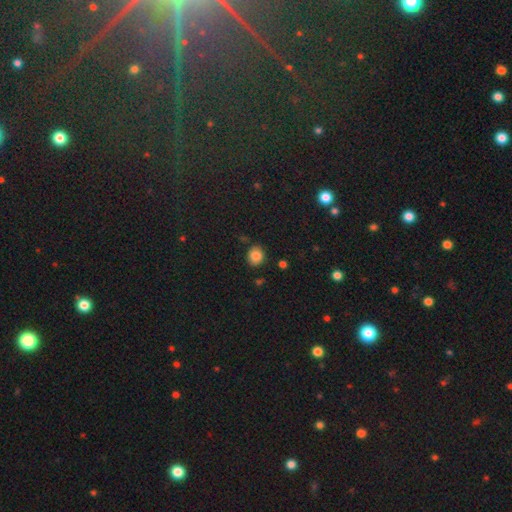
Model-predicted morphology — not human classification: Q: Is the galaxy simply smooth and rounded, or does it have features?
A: smooth — 84%.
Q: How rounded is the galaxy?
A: round — 68%.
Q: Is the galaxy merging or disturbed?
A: none — 81%.